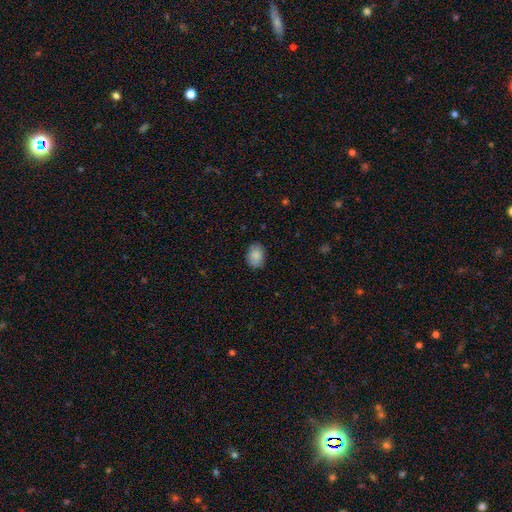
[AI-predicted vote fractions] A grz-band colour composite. It shows a smooth galaxy with no disk features (86%) that is in between round and cigar-shaped (71%). Merging: none (81%).